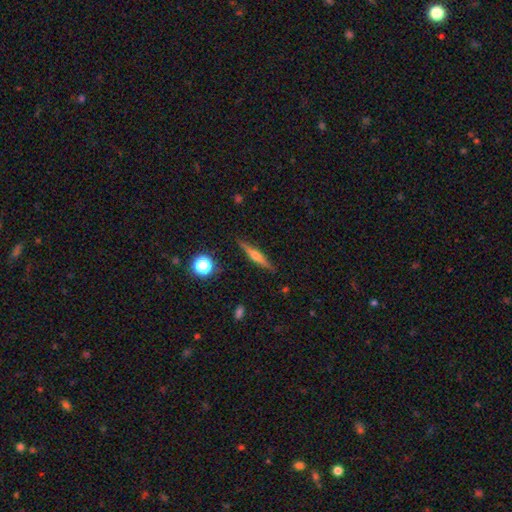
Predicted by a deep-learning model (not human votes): Smooth or featured? featured or disk (57%)
Edge-on disk? yes (97%)
Edge-on bulge? rounded (76%)
Merging? none (89%)